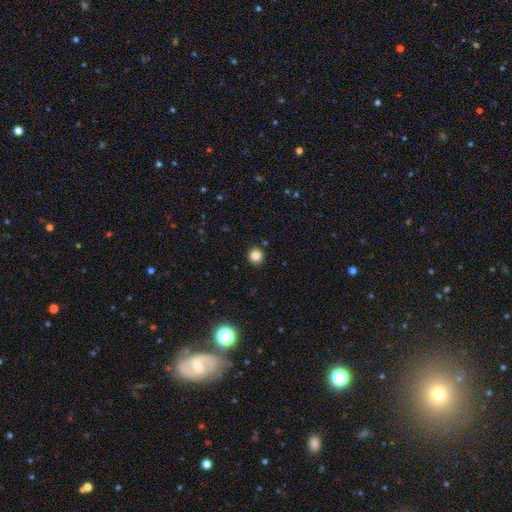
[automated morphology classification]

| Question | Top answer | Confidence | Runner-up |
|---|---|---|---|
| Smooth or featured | smooth | 83% | star or artifact (12%) |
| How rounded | round | 94% | in between (5%) |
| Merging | none | 92% | minor disturbance (5%) |